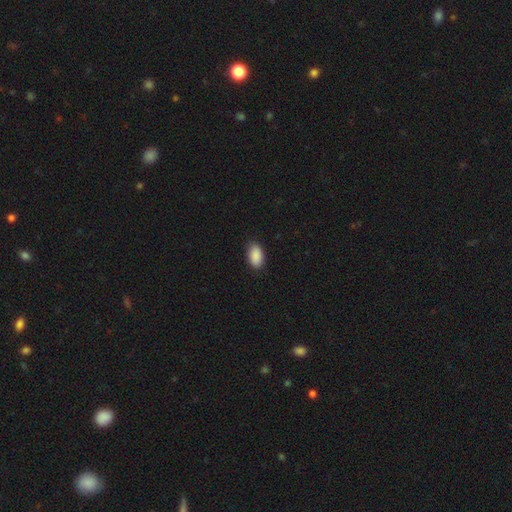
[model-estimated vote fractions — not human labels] A smooth galaxy with no disk features (90%) that is in between round and cigar-shaped (94%).

Vote fractions:
- Smooth or featured? smooth: 90% / star or artifact: 7% / featured or disk: 3%
- How rounded? in between: 94% / round: 5% / cigar-shaped: 2%
- Merging? none: 86% / minor disturbance: 11% / major disturbance: 2% / merger: 1%